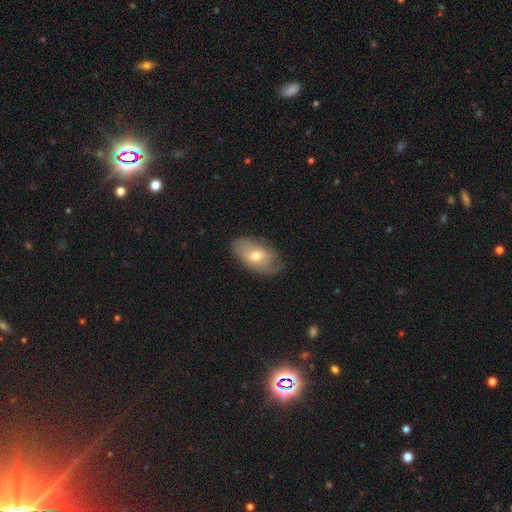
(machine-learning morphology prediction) Smooth or featured?
  - smooth: 55% *
  - featured or disk: 37%
  - star or artifact: 8%
How rounded?
  - in between: 91% *
  - round: 7%
  - cigar-shaped: 2%
Merging?
  - none: 70% *
  - minor disturbance: 23%
  - major disturbance: 6%
  - merger: 1%